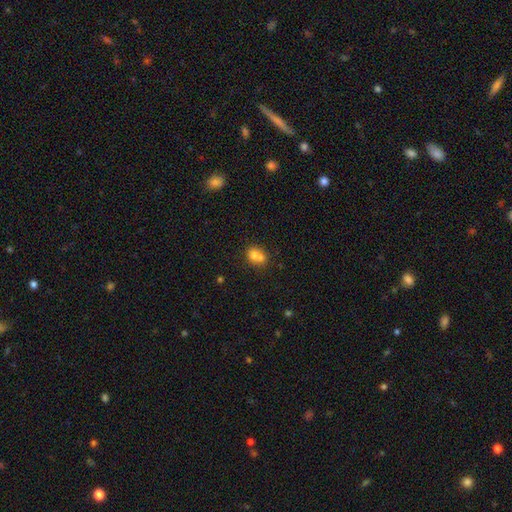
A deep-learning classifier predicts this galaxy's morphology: smooth-or-featured: smooth: 70% | featured or disk: 18% | star or artifact: 11%
  how-rounded: round: 67% | in between: 32% | cigar-shaped: 1%
  merging: merger: 63% | none: 28% | minor disturbance: 7% | major disturbance: 3%